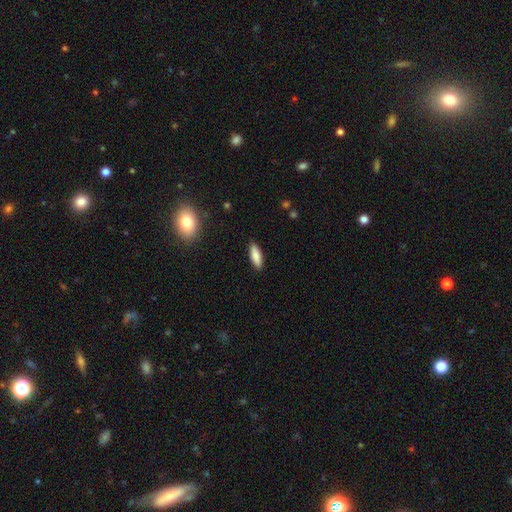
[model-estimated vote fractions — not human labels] smooth_or_featured: smooth (p=0.83) [alt: featured or disk p=0.11]
how_rounded: in between (p=0.55) [alt: cigar-shaped p=0.43]
merging: none (p=0.89) [alt: minor disturbance p=0.08]